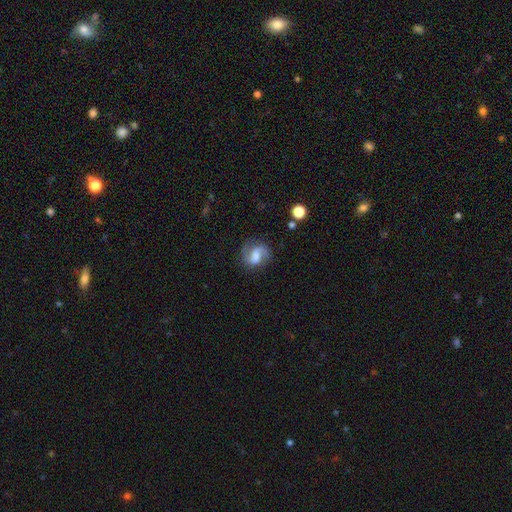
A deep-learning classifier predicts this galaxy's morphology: Overall: featured or disk (75%). Edge-on disk: no (98%). Bar: weak (52%; no 26%). Spiral arms: yes (94%). Spiral arm count: 2 (88%). Spiral winding: medium (47%; loose 39%). Bulge size: moderate (41%; small 27%). Merging: none (76%).